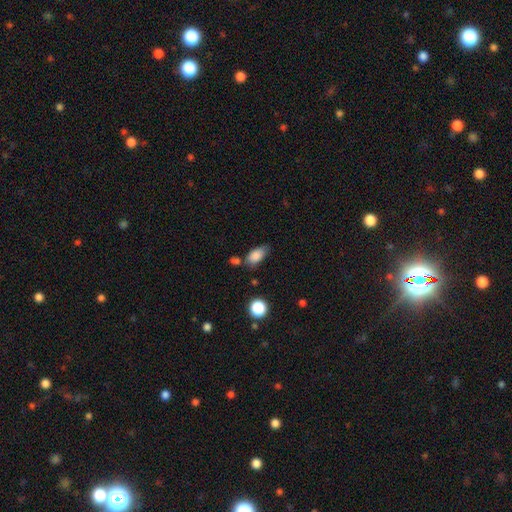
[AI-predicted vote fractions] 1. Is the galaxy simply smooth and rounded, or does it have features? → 85% smooth, 9% star or artifact, 6% featured or disk.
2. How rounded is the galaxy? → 89% in between, 7% round, 5% cigar-shaped.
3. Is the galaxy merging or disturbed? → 59% none, 24% minor disturbance, 11% merger, 6% major disturbance.